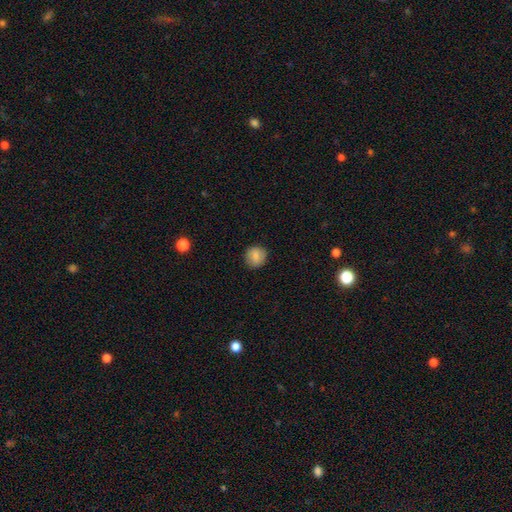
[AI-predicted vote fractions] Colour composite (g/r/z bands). It shows a smooth galaxy with no disk features (83%) that is round (85%). Merging: none (88%).